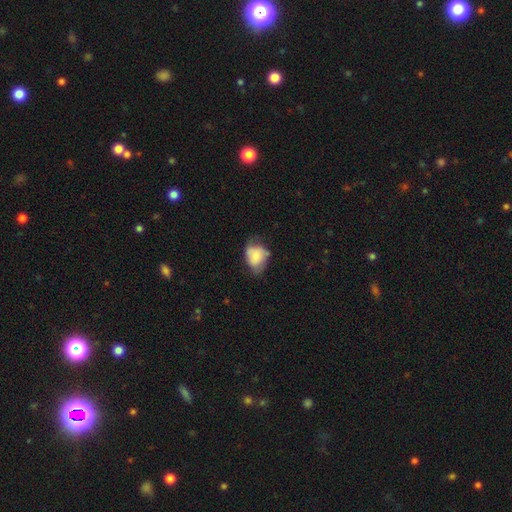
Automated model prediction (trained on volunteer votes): A smooth galaxy with no disk features (73%) that is in between round and cigar-shaped (63%). Merging: minor disturbance (41%).